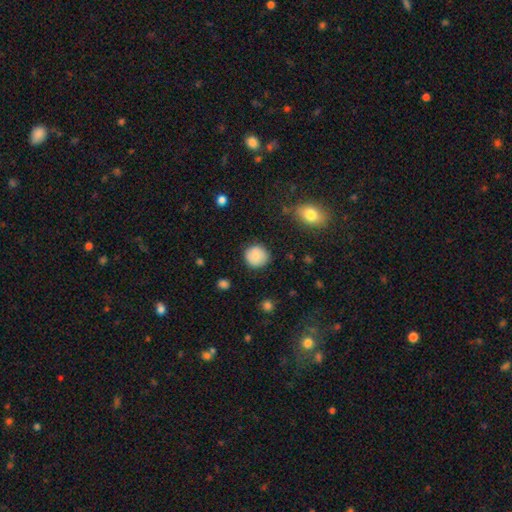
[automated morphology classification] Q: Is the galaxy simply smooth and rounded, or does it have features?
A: smooth — 84%.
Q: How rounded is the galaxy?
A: round — 91%.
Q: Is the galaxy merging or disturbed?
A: none — 85%.